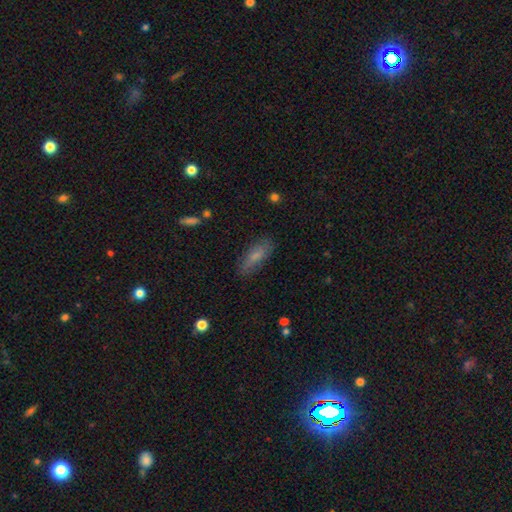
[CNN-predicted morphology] This is likely a smooth galaxy (73%). How rounded: likely in between (61%). Merging: clearly none (81%).